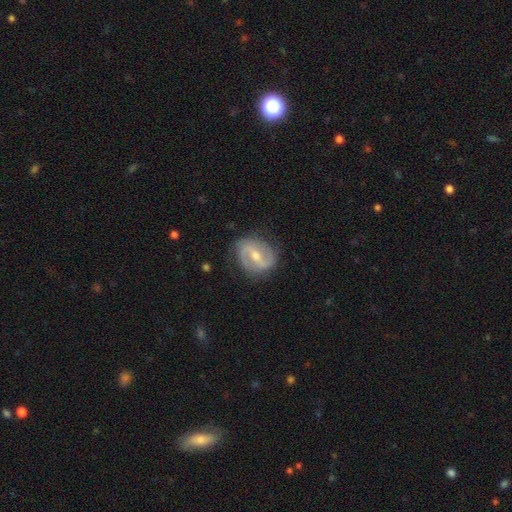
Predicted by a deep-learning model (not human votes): smooth_or_featured: featured or disk (p=0.81) [alt: smooth p=0.14]
disk_edge_on: no (p=0.97) [alt: yes p=0.03]
bar: weak (p=0.46) [alt: strong p=0.38]
has_spiral_arms: yes (p=0.89) [alt: no p=0.11]
spiral_winding: medium (p=0.47) [alt: tight p=0.29]
spiral_arm_count: 2 (p=0.86) [alt: can't tell p=0.07]
bulge_size: moderate (p=0.65) [alt: small p=0.29]
merging: none (p=0.78) [alt: minor disturbance p=0.16]